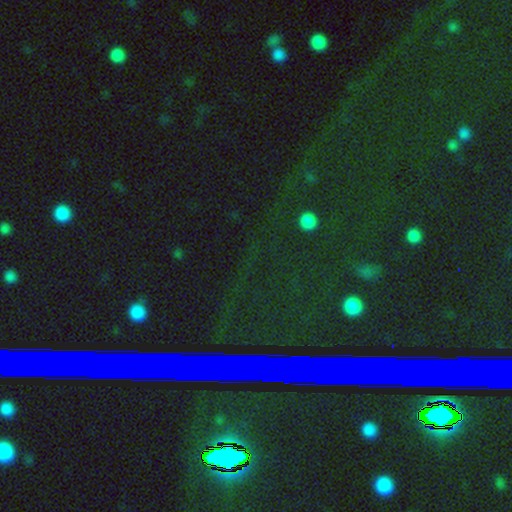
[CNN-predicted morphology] smooth_or_featured: star or artifact (p=0.80) [alt: smooth p=0.10]